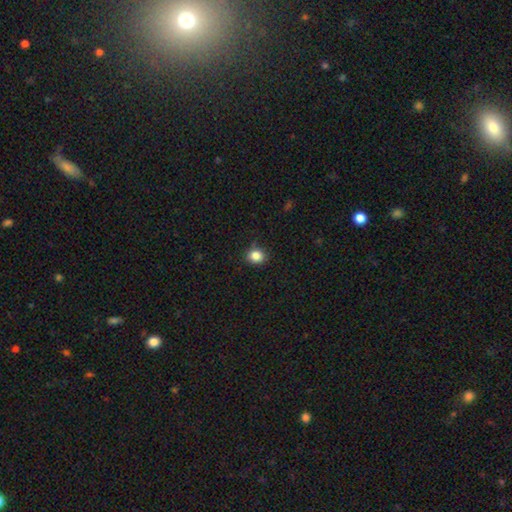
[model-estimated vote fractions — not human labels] smooth-or-featured: smooth: 85% | star or artifact: 11% | featured or disk: 4%
  how-rounded: round: 76% | in between: 23% | cigar-shaped: 1%
  merging: none: 85% | minor disturbance: 11% | major disturbance: 2% | merger: 1%